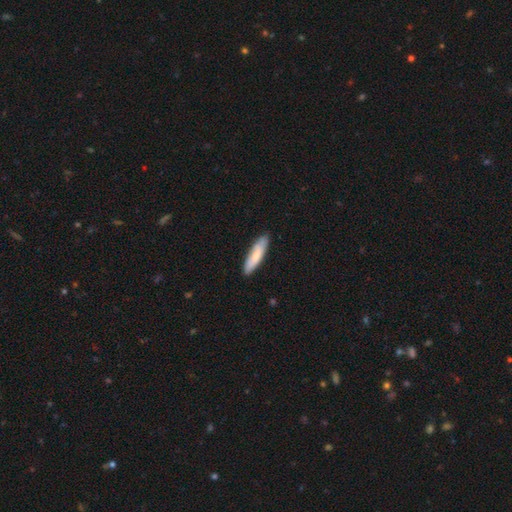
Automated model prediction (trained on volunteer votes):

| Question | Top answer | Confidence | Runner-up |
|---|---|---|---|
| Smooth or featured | smooth | 78% | featured or disk (17%) |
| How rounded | cigar-shaped | 71% | in between (27%) |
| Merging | none | 86% | minor disturbance (11%) |